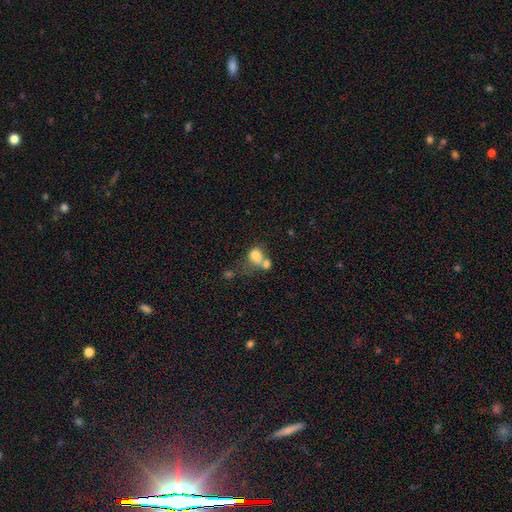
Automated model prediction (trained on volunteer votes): The model was most divided on "how rounded": in between: 61%, round: 38%, cigar-shaped: 1%. More confident: smooth or featured — smooth (71%); merging — merger (58%).